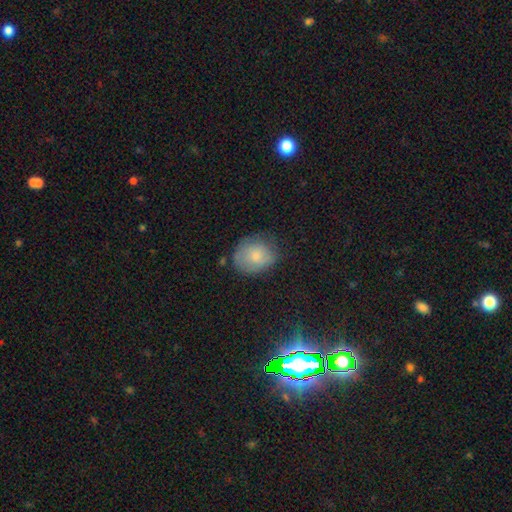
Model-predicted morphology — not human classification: smooth-or-featured: smooth: 75% | featured or disk: 17% | star or artifact: 8%
  how-rounded: round: 61% | in between: 38% | cigar-shaped: 1%
  merging: none: 65% | minor disturbance: 26% | major disturbance: 7% | merger: 2%